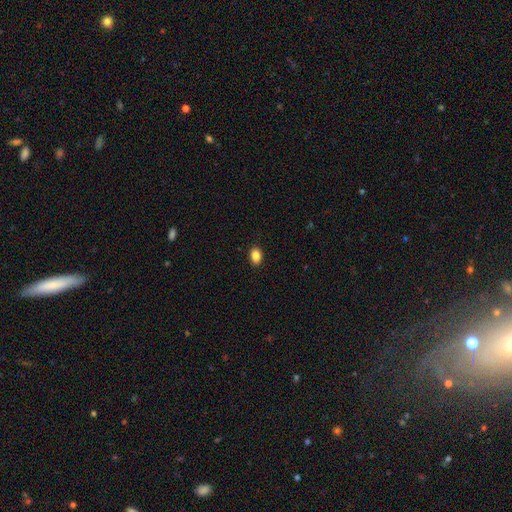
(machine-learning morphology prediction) The model was most divided on "how rounded": in between: 80%, round: 19%, cigar-shaped: 1%. More confident: merging — none (90%); smooth or featured — smooth (87%).